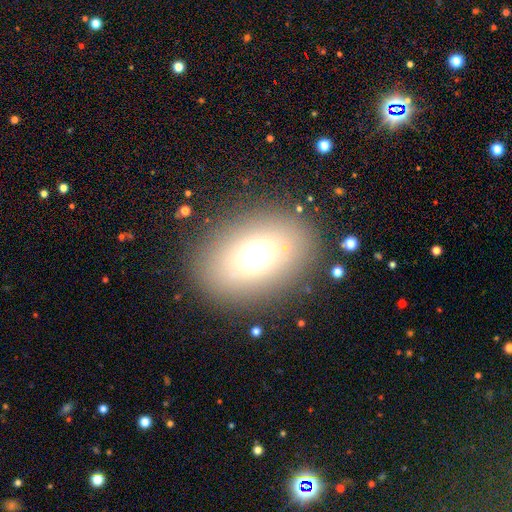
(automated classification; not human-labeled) Smooth or featured?
  - smooth: 65% *
  - star or artifact: 18%
  - featured or disk: 17%
How rounded?
  - in between: 67% *
  - round: 31%
  - cigar-shaped: 2%
Merging?
  - none: 83% *
  - minor disturbance: 9%
  - major disturbance: 5%
  - merger: 3%